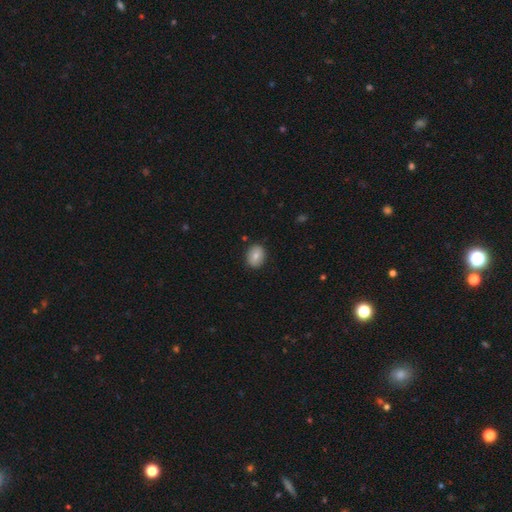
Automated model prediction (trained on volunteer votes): This appears to be a smooth galaxy with no disk features (77%) that is in between round and cigar-shaped (52%). Merging: none (87%).